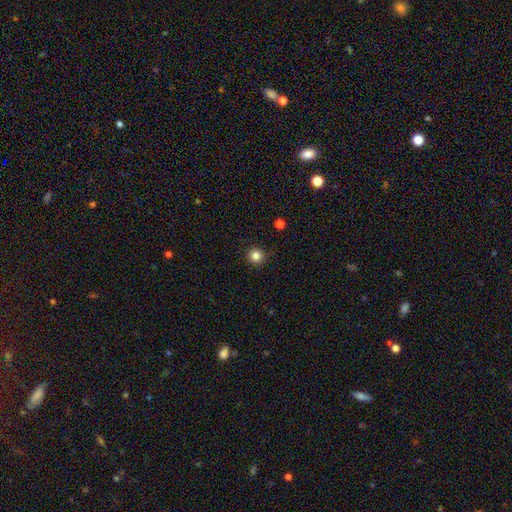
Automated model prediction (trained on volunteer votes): Overall: smooth (84%). How rounded: round (94%). Merging: none (91%).